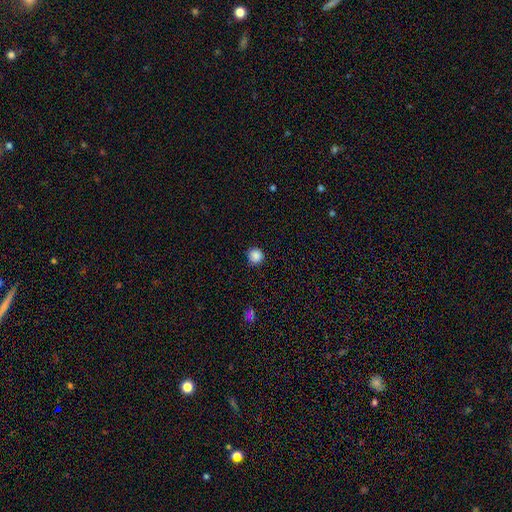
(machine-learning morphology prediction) type=smooth (87%); roundness=round (95%); merging=none (91%).